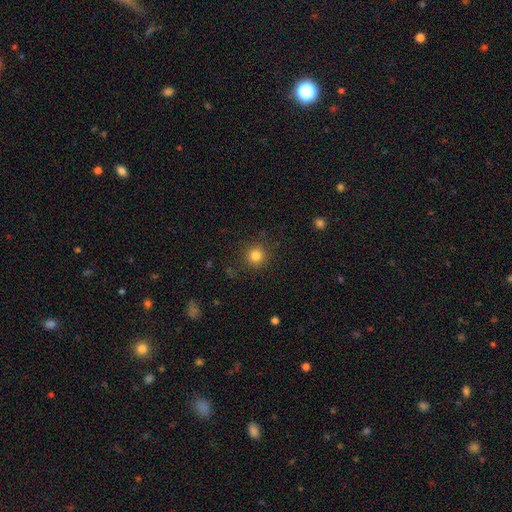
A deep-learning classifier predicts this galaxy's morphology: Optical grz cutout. It shows a smooth galaxy with no disk features (82%) that is round (94%). Merging: none (89%).